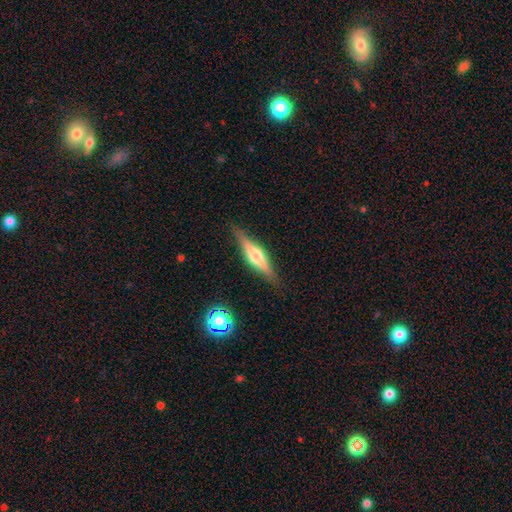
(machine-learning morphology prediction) Smooth or featured? Predicted: featured or disk (p=0.67). Edge-on disk? Predicted: yes (p=0.97). Edge-on bulge? Predicted: rounded (p=0.86). Merging? Predicted: none (p=0.88).